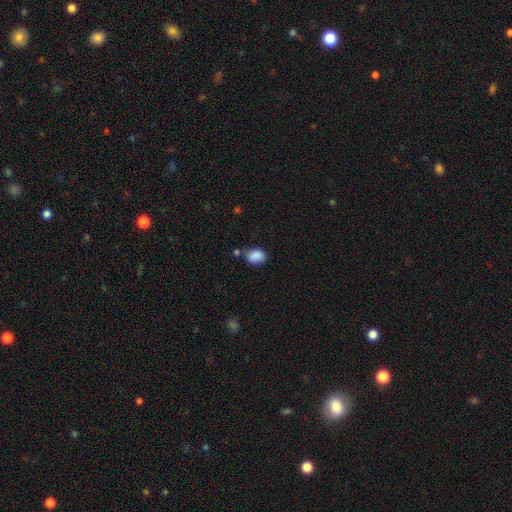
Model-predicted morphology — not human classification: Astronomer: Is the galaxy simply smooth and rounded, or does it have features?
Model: smooth — 87%.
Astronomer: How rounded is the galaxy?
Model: in between — 74%.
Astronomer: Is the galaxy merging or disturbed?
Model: none — 63%.